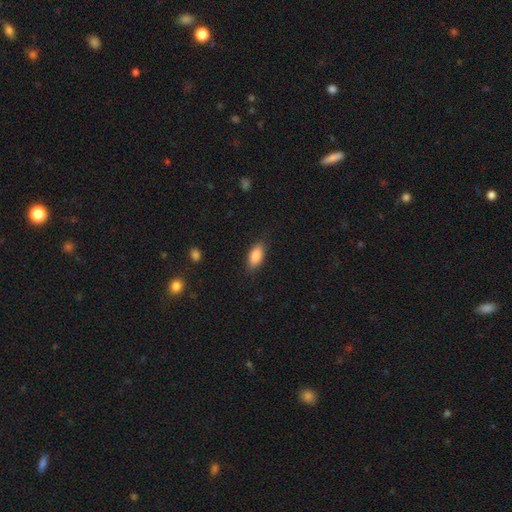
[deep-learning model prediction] smooth_or_featured: smooth (p=0.86) [alt: featured or disk p=0.07]
how_rounded: in between (p=0.87) [alt: cigar-shaped p=0.10]
merging: none (p=0.83) [alt: minor disturbance p=0.13]